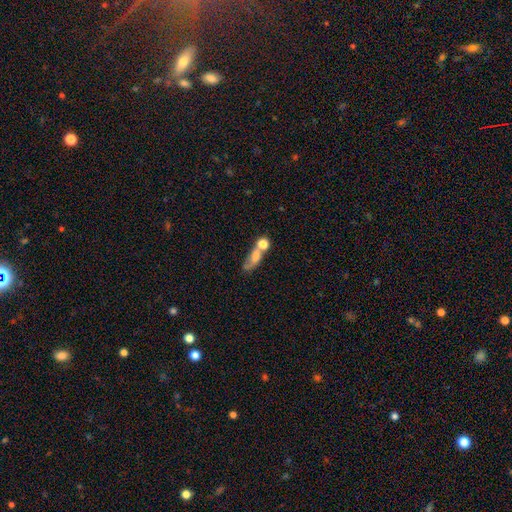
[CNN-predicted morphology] smooth-or-featured: smooth: 59% | featured or disk: 28% | star or artifact: 13%
  how-rounded: in between: 46% | cigar-shaped: 27% | round: 27%
  merging: merger: 43% | none: 28% | major disturbance: 15% | minor disturbance: 14%